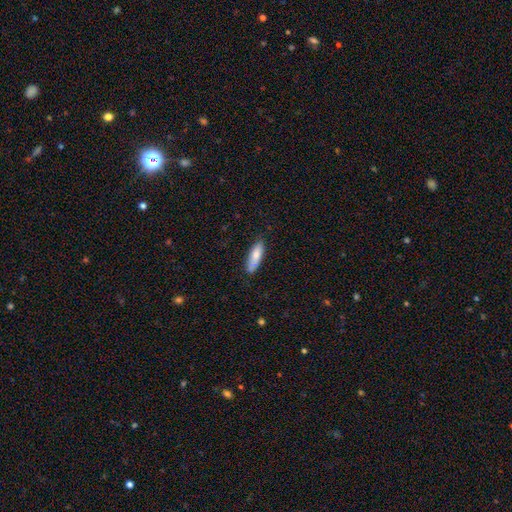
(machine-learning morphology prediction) Q: Smooth or featured?
A: smooth (79%); runner-up: featured or disk (15%)
Q: How rounded?
A: cigar-shaped (50%); runner-up: in between (49%)
Q: Merging?
A: none (77%); runner-up: minor disturbance (18%)